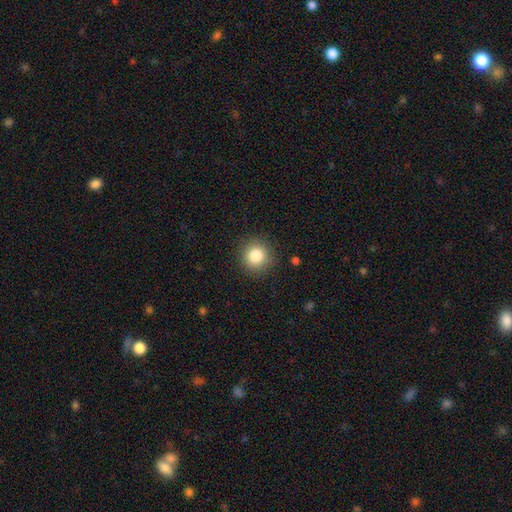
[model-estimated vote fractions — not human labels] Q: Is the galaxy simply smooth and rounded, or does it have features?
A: smooth — 84%.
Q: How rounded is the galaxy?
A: round — 93%.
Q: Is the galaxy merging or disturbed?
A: none — 89%.